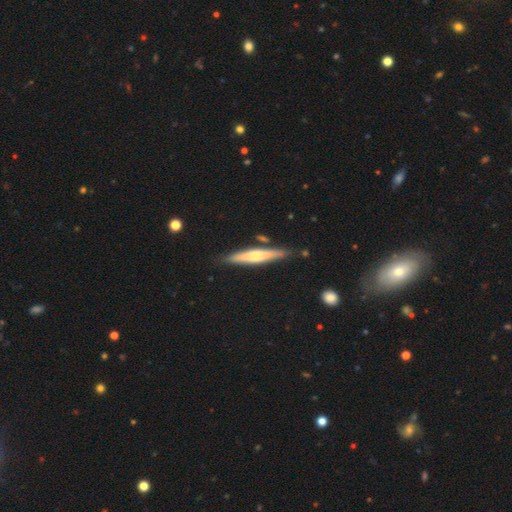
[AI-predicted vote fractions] Smooth or featured? smooth (47%, tied with featured or disk)
Merging? none (82%)